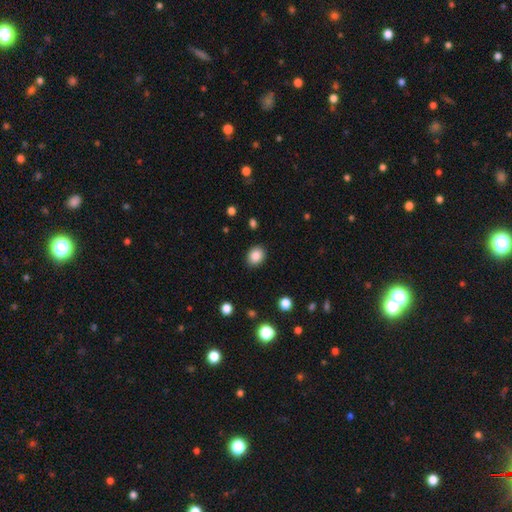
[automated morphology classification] This is clearly a smooth galaxy (86%). How rounded: possibly in between (51%). Merging: clearly none (88%).